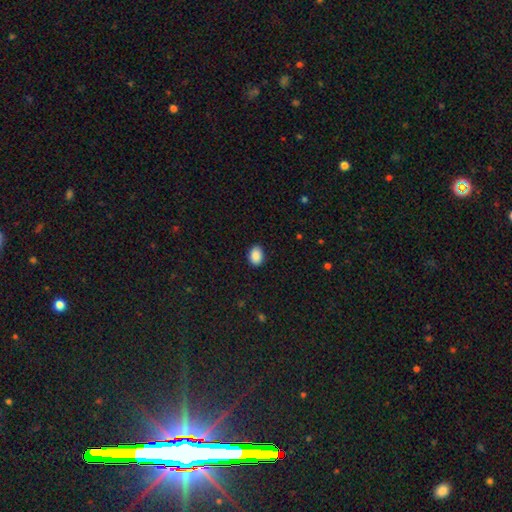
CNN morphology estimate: Q: Smooth or featured?
A: smooth (89%); runner-up: star or artifact (8%)
Q: How rounded?
A: in between (76%); runner-up: round (23%)
Q: Merging?
A: none (88%); runner-up: minor disturbance (9%)